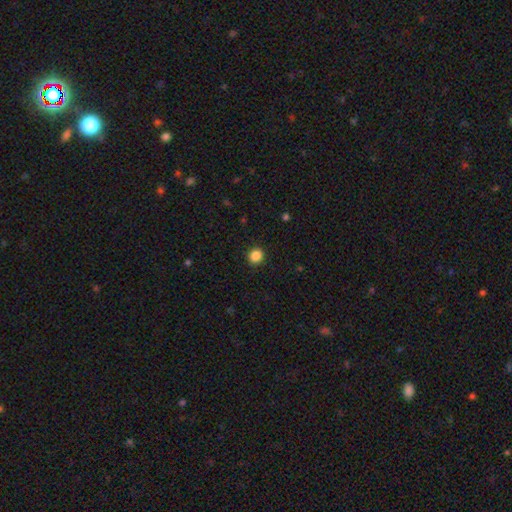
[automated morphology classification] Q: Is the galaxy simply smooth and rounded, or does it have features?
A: smooth — 86%.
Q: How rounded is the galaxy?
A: round — 91%.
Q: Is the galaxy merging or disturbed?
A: none — 92%.